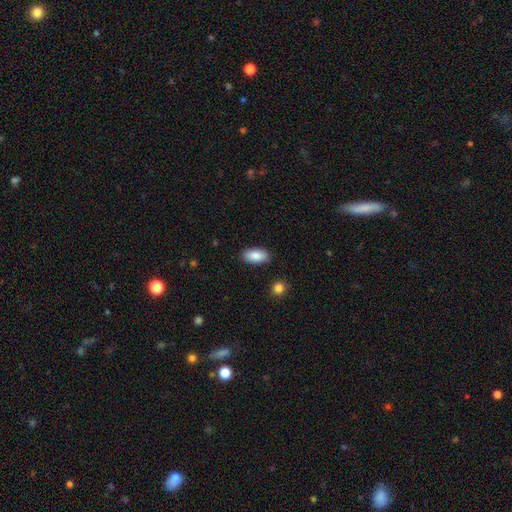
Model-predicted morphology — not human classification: This appears to be a smooth galaxy with no disk features (87%) that is in between round and cigar-shaped (93%). Merging: none (87%).